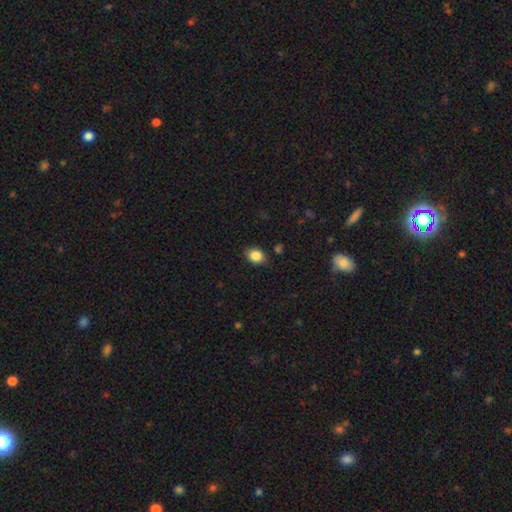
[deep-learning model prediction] This appears to be a smooth galaxy with no disk features (86%) that is in between round and cigar-shaped (60%). Merging: none (84%).